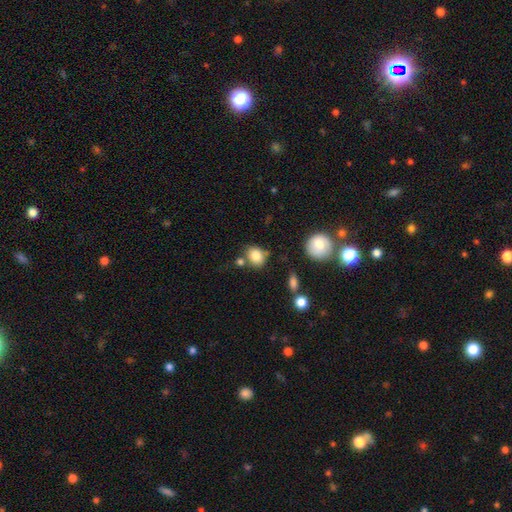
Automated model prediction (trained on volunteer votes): Overall: smooth (83%). How rounded: round (64%; in between 35%). Merging: none (68%).